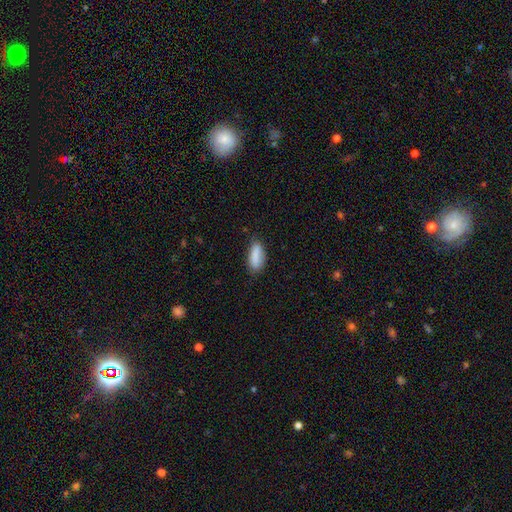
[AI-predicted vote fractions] Overall: smooth (86%). How rounded: in between (72%). Merging: none (75%).